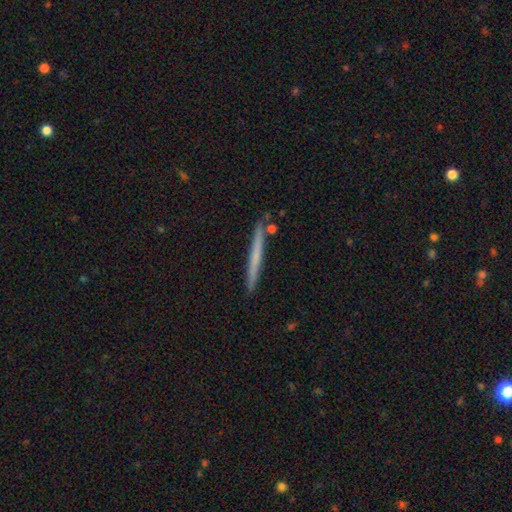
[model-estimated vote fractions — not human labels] The model was most divided on "smooth or featured": smooth: 55%, featured or disk: 40%, star or artifact: 6%. More confident: how rounded — cigar-shaped (97%); merging — none (88%).